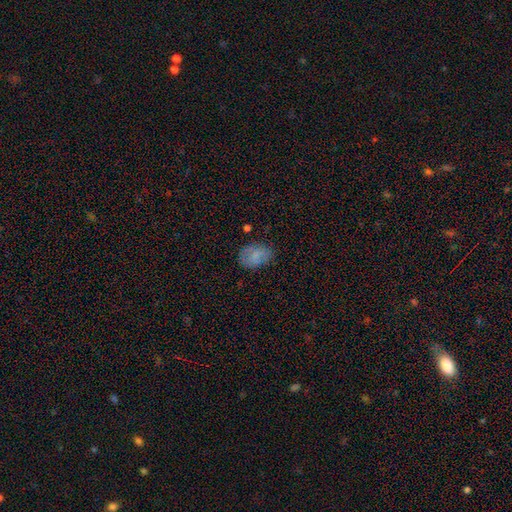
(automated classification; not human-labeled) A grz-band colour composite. It shows a smooth galaxy with no disk features (74%) that is in between round and cigar-shaped (77%). Merging: none (69%).